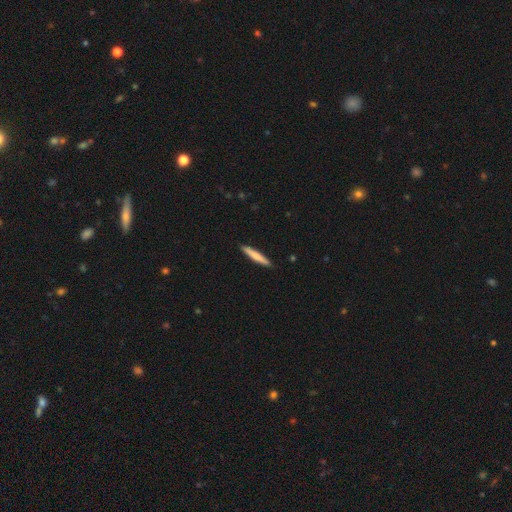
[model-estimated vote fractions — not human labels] smooth-or-featured: smooth: 70% | featured or disk: 24% | star or artifact: 5%
  how-rounded: cigar-shaped: 94% | in between: 5% | round: 1%
  merging: none: 91% | minor disturbance: 7% | major disturbance: 1% | merger: 1%